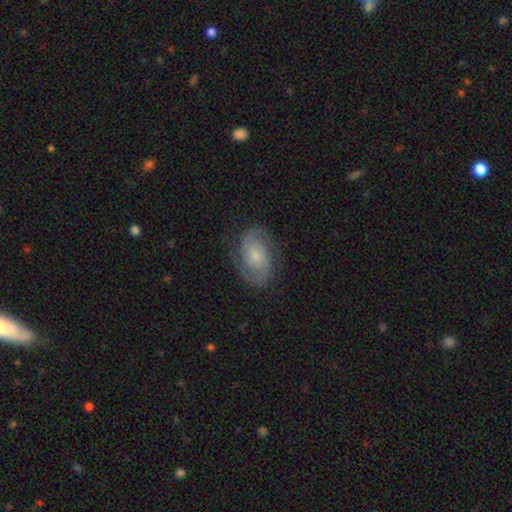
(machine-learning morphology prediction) This appears to be a featured or disk galaxy (78%) with no bar (67%), 2 (87%) medium (44%) spiral arms (95%) and a small central bulge (55%). Merging: none (79%).